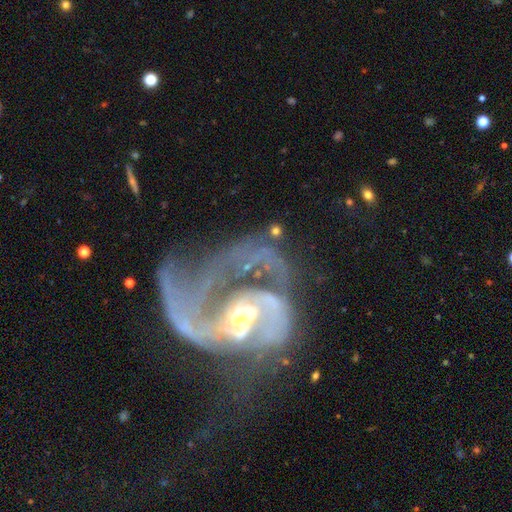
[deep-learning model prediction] Morphology: type=featured or disk (87%); edge-on=no (98%); bar=no (51%); spiral arms=yes (91%); winding=medium (43%); arm count=2 (52%); bulge=moderate (58%); merging=major disturbance (47%).